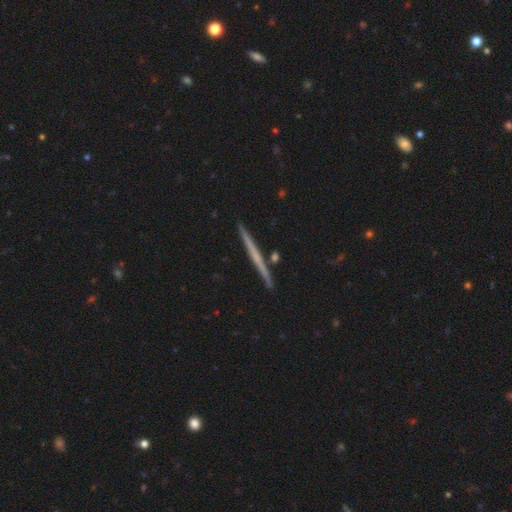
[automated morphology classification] This is possibly a featured or disk galaxy (56%). It is clearly viewed edge-on (98%). Edge-on bulge: clearly none (86%). Merging: clearly none (91%).